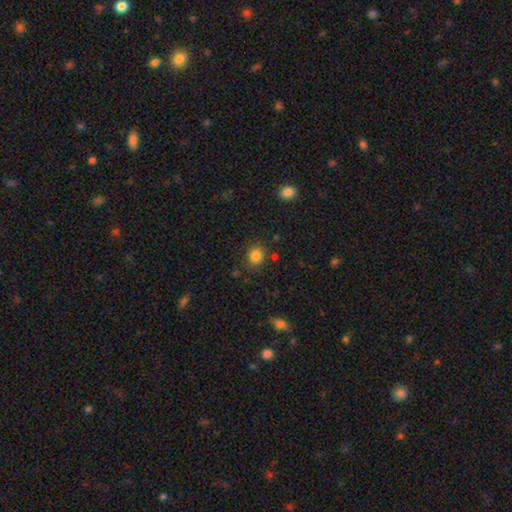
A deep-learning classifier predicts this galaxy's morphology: Smooth or featured: smooth — 83% (star or artifact — 12%)
How rounded: round — 72% (in between — 27%)
Merging: none — 83% (minor disturbance — 11%)